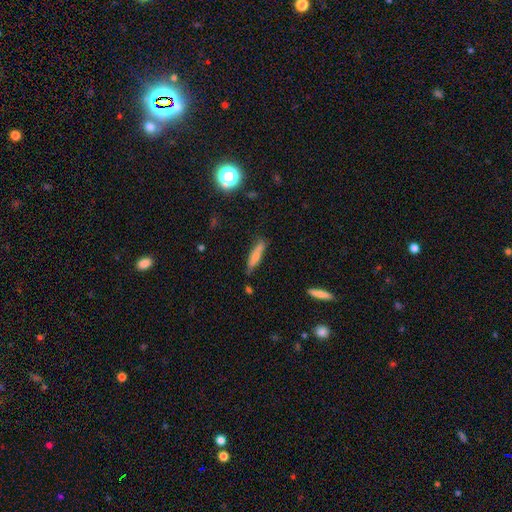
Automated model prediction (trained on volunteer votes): Smooth or featured: smooth — 69% (featured or disk — 23%)
How rounded: cigar-shaped — 78% (in between — 21%)
Merging: none — 68% (minor disturbance — 23%)